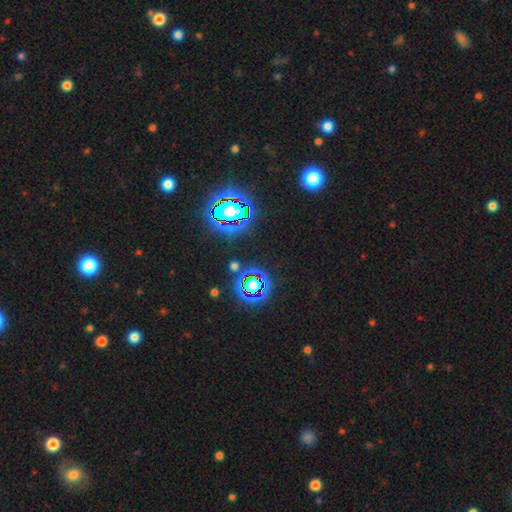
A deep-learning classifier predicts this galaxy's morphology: Smooth or featured: star or artifact — 82% (smooth — 11%)